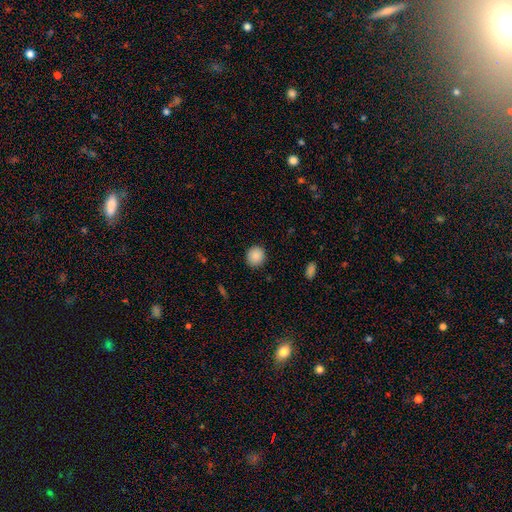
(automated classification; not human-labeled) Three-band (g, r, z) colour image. It shows a smooth galaxy with no disk features (89%) that is round (85%). Merging: none (91%).